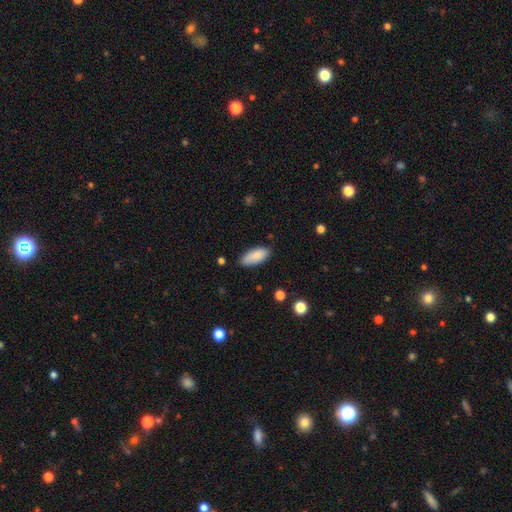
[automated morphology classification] Q: Smooth or featured?
A: smooth (84%); runner-up: featured or disk (9%)
Q: How rounded?
A: in between (87%); runner-up: cigar-shaped (11%)
Q: Merging?
A: none (81%); runner-up: minor disturbance (15%)